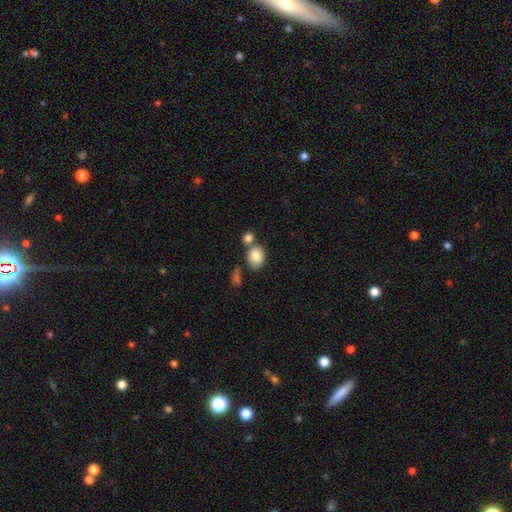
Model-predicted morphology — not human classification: Smooth or featured? smooth (83%)
How rounded? in between (56%)
Merging? none (53%)